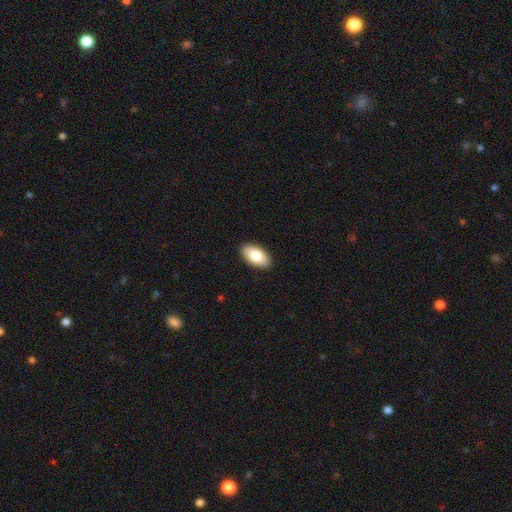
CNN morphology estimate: Smooth or featured? smooth (81%)
How rounded? in between (95%)
Merging? none (90%)